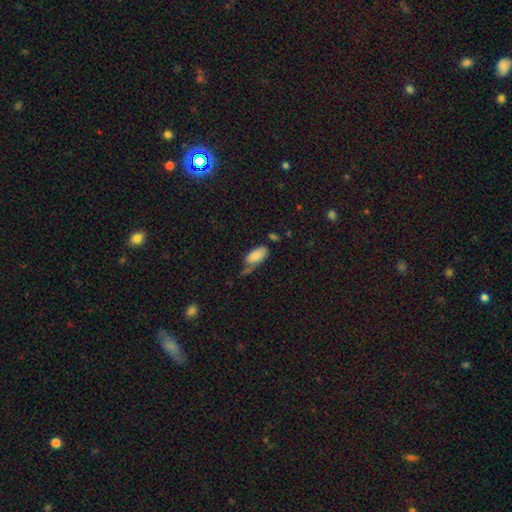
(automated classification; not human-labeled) Smooth or featured?
  - smooth: 81% *
  - featured or disk: 12%
  - star or artifact: 7%
How rounded?
  - in between: 93% *
  - cigar-shaped: 5%
  - round: 3%
Merging?
  - none: 34% *
  - minor disturbance: 31%
  - major disturbance: 25%
  - merger: 10%